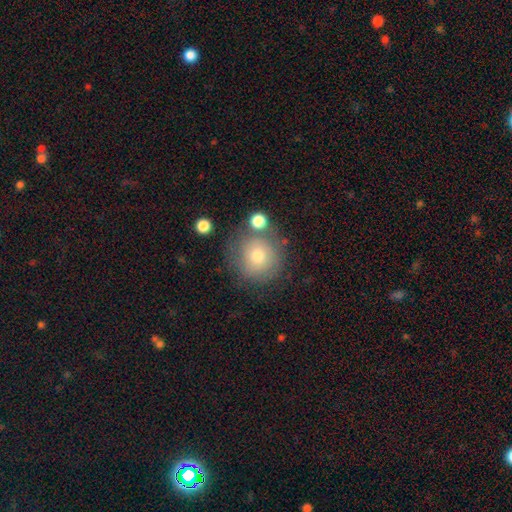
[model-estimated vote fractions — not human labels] This appears to be a smooth galaxy with no disk features (69%) that is round (93%). Merging: none (71%).